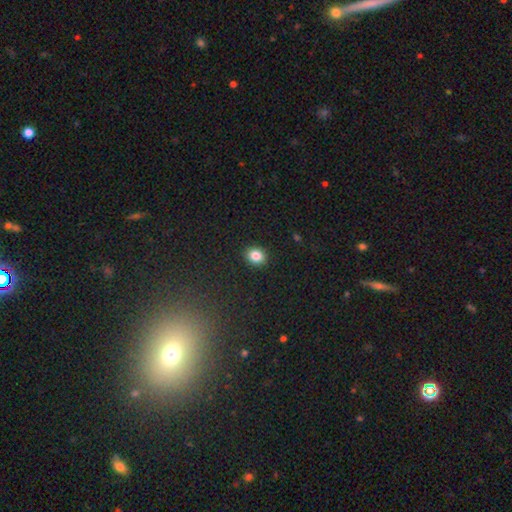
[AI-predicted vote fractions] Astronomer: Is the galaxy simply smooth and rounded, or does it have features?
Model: smooth — 84%.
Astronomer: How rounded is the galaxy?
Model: round — 60% (runner-up: in between, 39%).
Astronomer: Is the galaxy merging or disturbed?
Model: none — 91%.